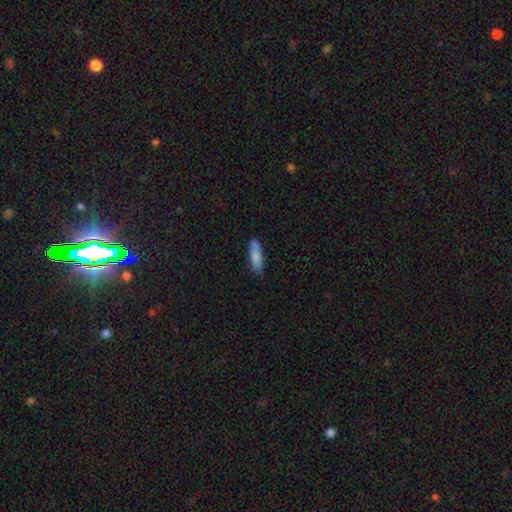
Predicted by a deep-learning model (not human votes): smooth-or-featured: smooth: 81% | featured or disk: 13% | star or artifact: 6%
  how-rounded: in between: 51% | cigar-shaped: 47% | round: 2%
  merging: none: 73% | minor disturbance: 20% | major disturbance: 4% | merger: 4%